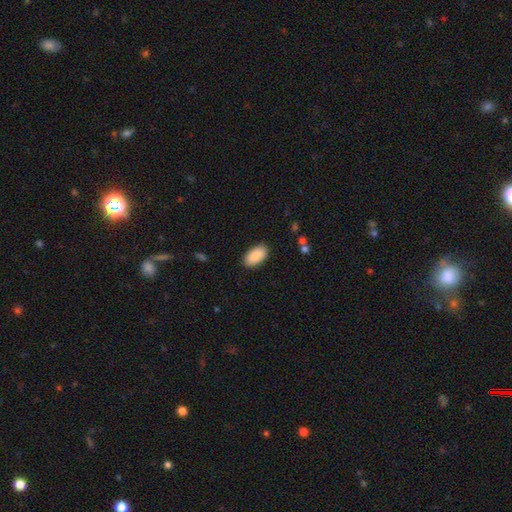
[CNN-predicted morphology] This is clearly a smooth galaxy (88%). How rounded: clearly in between (95%). Merging: clearly none (88%).